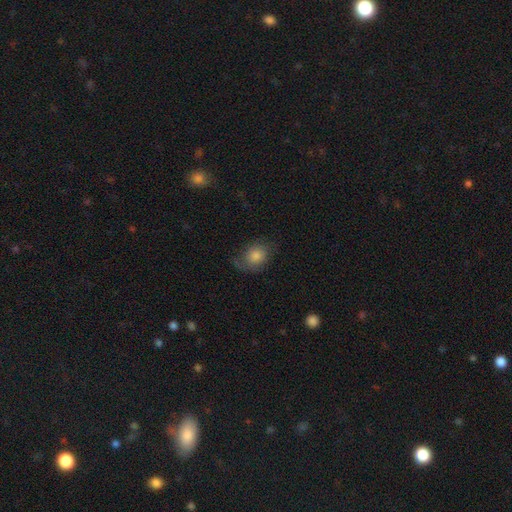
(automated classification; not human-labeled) This is likely a smooth galaxy (64%). How rounded: possibly round (51%). Merging: likely none (61%).